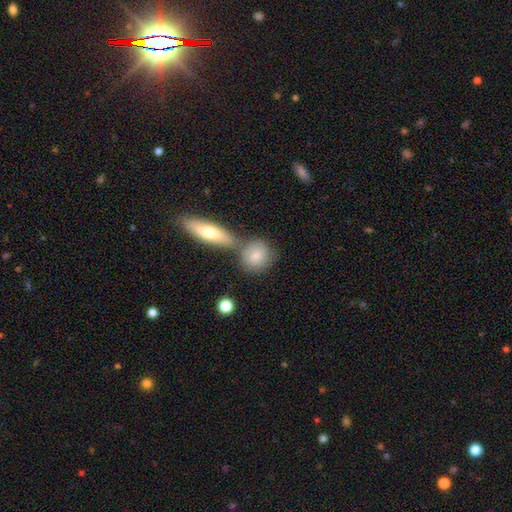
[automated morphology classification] Smooth or featured: smooth — 81% (featured or disk — 12%)
How rounded: round — 76% (in between — 21%)
Merging: none — 57% (merger — 29%)